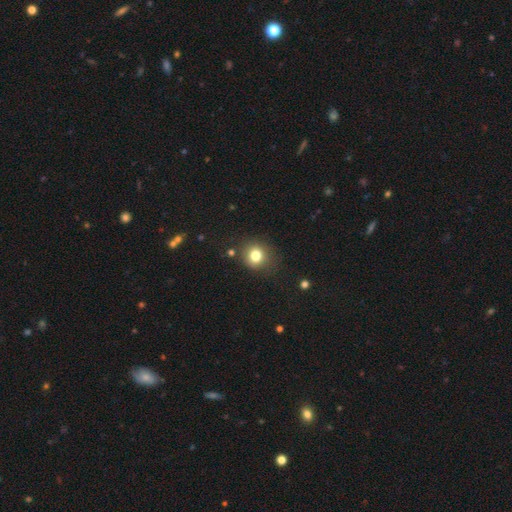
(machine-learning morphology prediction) Smooth or featured? Predicted: smooth (p=0.80). How rounded? Predicted: round (p=0.82). Merging? Predicted: none (p=0.80).